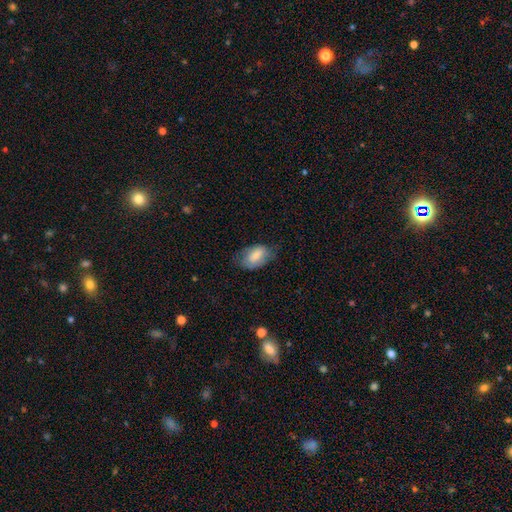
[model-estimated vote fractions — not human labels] This appears to be a smooth galaxy with no disk features (74%) that is in between round and cigar-shaped (91%). Merging: none (58%).